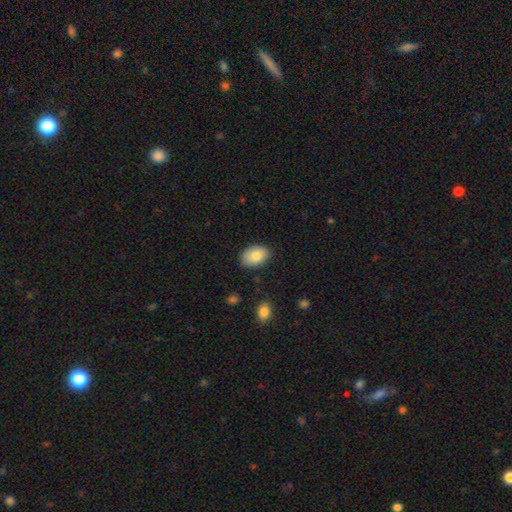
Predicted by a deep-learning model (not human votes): Q: Smooth or featured?
A: smooth (84%); runner-up: featured or disk (10%)
Q: How rounded?
A: in between (89%); runner-up: round (10%)
Q: Merging?
A: none (81%); runner-up: minor disturbance (15%)